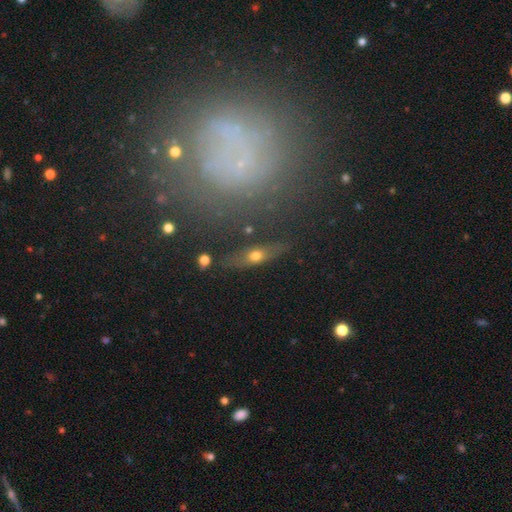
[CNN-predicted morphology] Overall: smooth (54%; featured or disk 33%). How rounded: cigar-shaped (46%; in between 41%). Merging: none (73%).